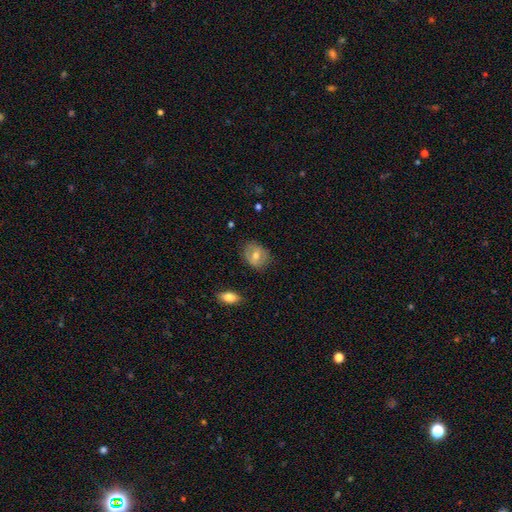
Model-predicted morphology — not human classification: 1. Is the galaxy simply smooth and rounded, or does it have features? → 53% smooth, 38% featured or disk, 8% star or artifact.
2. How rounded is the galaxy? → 51% round, 48% in between, 1% cigar-shaped.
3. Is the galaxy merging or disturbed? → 81% none, 14% minor disturbance, 4% major disturbance, 1% merger.